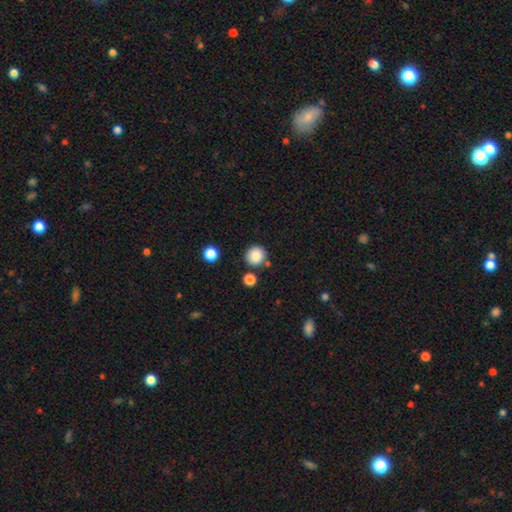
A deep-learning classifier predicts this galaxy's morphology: A smooth galaxy with no disk features (86%) that is round (92%). Merging: none (82%).